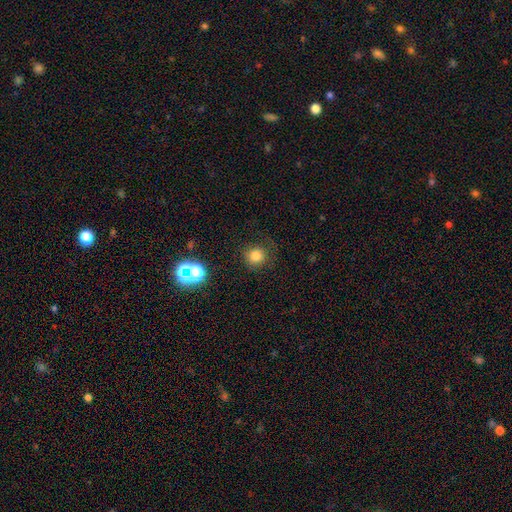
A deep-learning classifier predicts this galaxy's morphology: A smooth galaxy with no disk features (78%) that is round (92%).

Vote fractions:
- Smooth or featured? smooth: 78% / star or artifact: 16% / featured or disk: 6%
- How rounded? round: 92% / in between: 8% / cigar-shaped: 1%
- Merging? none: 83% / minor disturbance: 11% / major disturbance: 5% / merger: 2%